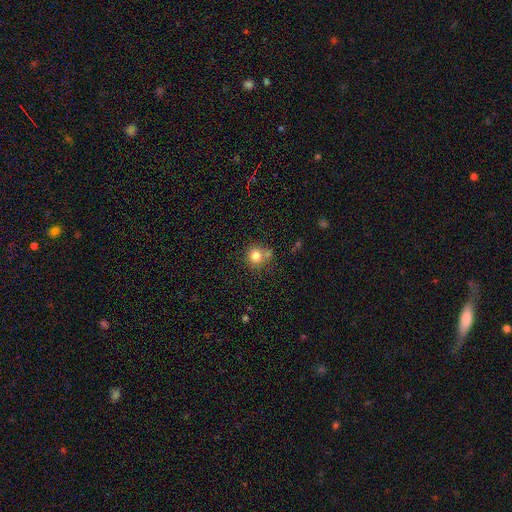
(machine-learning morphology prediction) This appears to be a smooth galaxy with no disk features (80%) that is round (89%). Merging: none (63%).